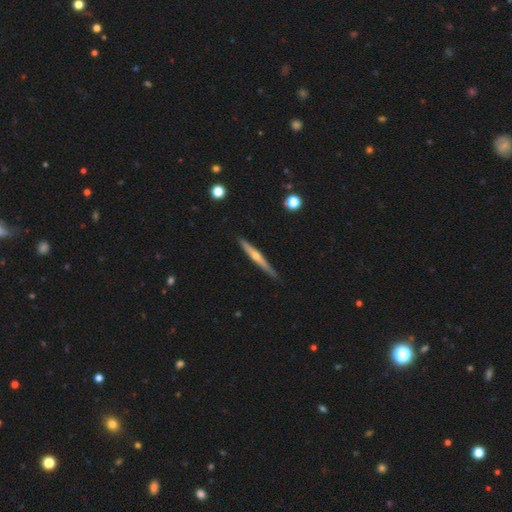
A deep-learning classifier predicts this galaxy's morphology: A featured or disk galaxy (63%) viewed edge-on (97%) with a rounded central bulge (78%). Merging: none (86%).